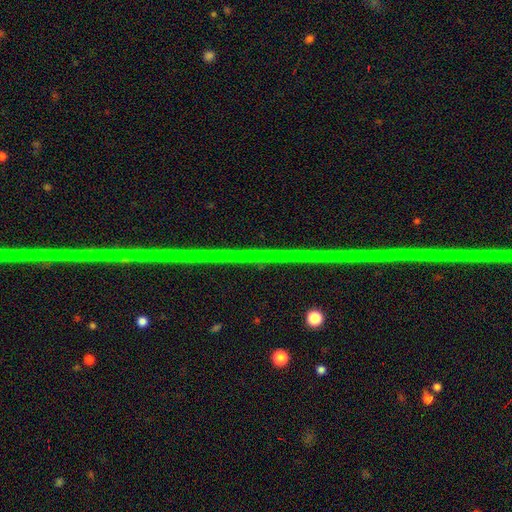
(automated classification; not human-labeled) Smooth or featured? star or artifact (86%)